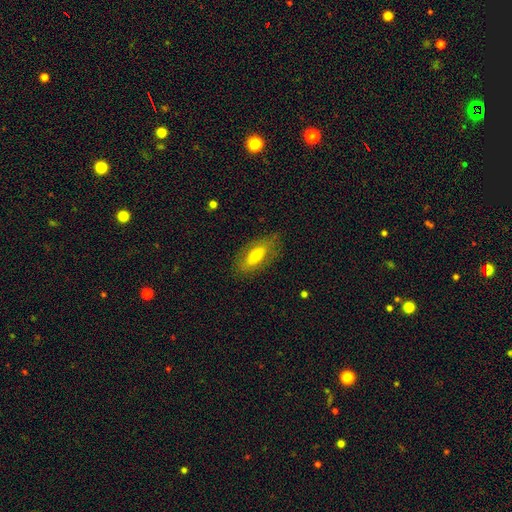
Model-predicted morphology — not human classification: A smooth galaxy with no disk features (60%) that is in between round and cigar-shaped (83%). Merging: none (77%).